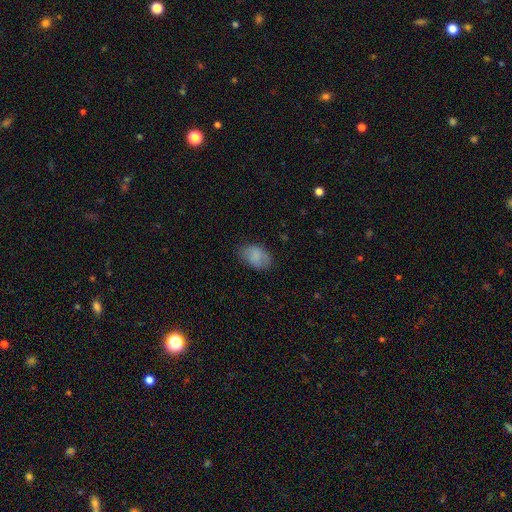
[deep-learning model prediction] This is clearly a smooth galaxy (83%). How rounded: clearly in between (86%). Merging: likely none (73%).